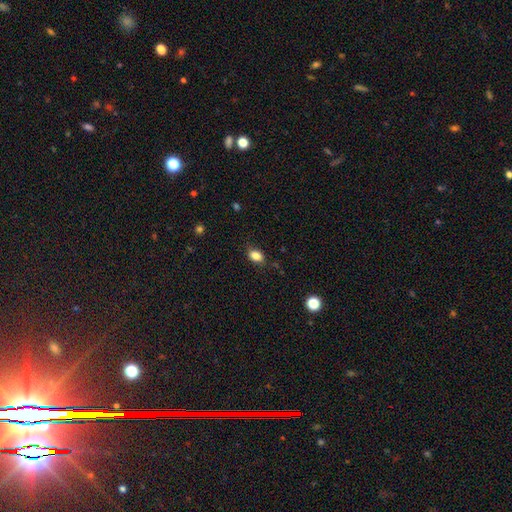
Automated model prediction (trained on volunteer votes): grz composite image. It shows a smooth galaxy with no disk features (85%) that is in between round and cigar-shaped (78%). Merging: none (82%).